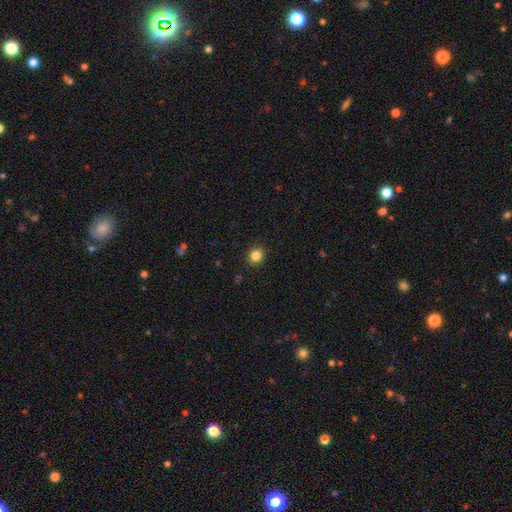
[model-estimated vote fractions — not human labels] Morphology: type=smooth (84%); roundness=round (88%); merging=none (91%).